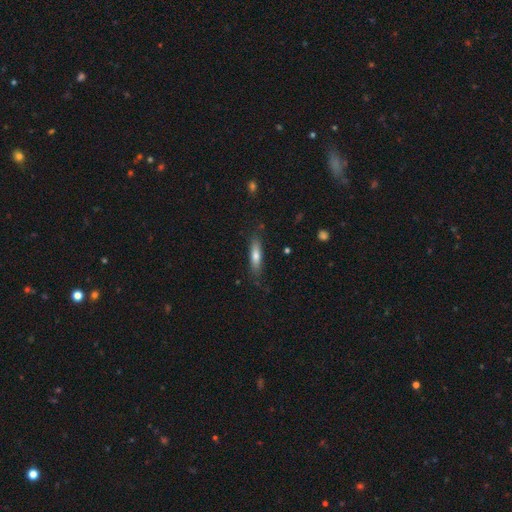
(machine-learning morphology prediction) A smooth galaxy with no disk features (70%) that is cigar-shaped (66%). Merging: none (79%).